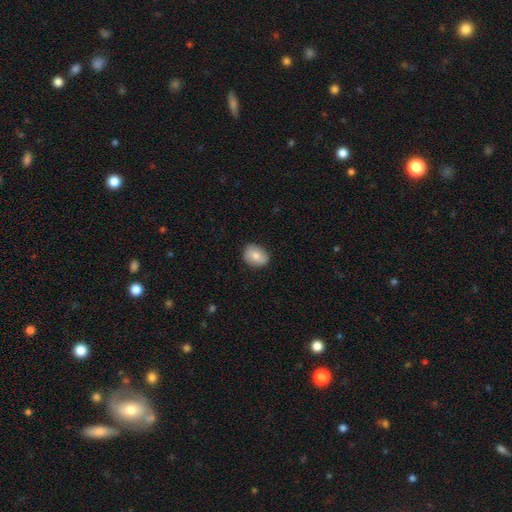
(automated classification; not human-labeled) Smooth or featured? Predicted: smooth (p=0.77). How rounded? Predicted: in between (p=0.59). Merging? Predicted: none (p=0.84).